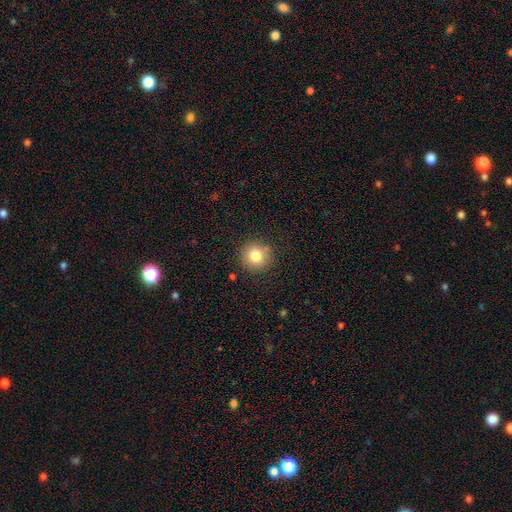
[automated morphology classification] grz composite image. It shows a smooth galaxy with no disk features (80%) that is round (94%). Merging: none (89%).